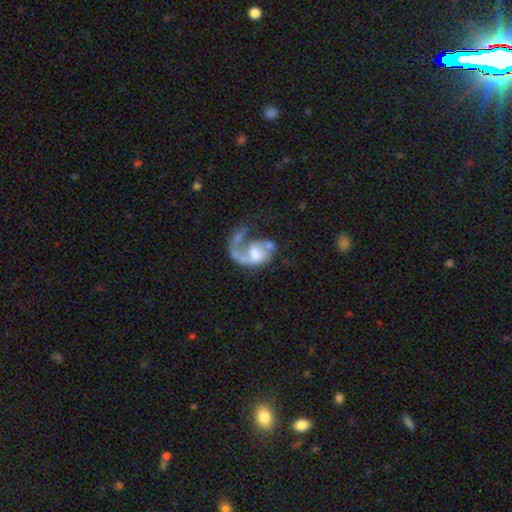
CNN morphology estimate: This is likely a featured or disk galaxy (75%). It is clearly not viewed edge-on (98%). Bar: likely no (64%). Spiral arm pattern: clearly yes (82%). Spiral arm count: clearly 1 (81%). Spiral winding: possibly loose (57%). Central bulge: marginally moderate (42%). Merging: possibly major disturbance (46%).